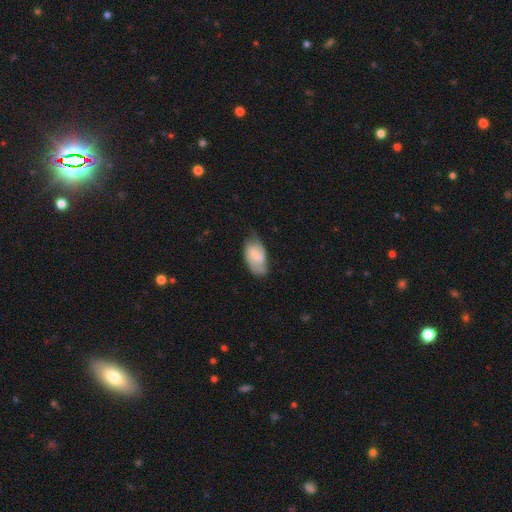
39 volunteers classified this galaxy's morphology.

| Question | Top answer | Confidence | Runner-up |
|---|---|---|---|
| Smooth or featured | smooth | 62% | featured or disk (38%) |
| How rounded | in between | 88% | round (8%) |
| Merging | minor disturbance | 49% | none (28%) |